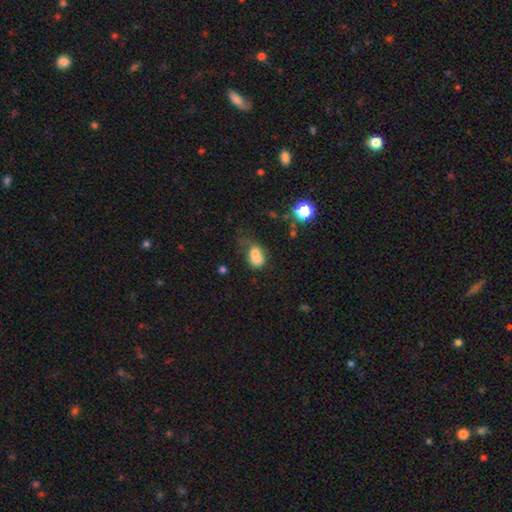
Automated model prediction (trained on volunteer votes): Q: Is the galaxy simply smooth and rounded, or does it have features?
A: smooth — 67%.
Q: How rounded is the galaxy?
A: in between — 58%.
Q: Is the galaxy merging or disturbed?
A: merger — 54%.